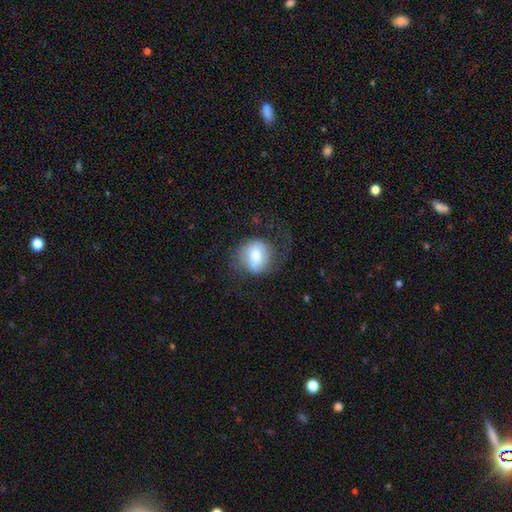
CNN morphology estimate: Smooth or featured?
  - smooth: 50% *
  - featured or disk: 42%
  - star or artifact: 8%
Merging?
  - none: 55% *
  - major disturbance: 24%
  - minor disturbance: 20%
  - merger: 2%